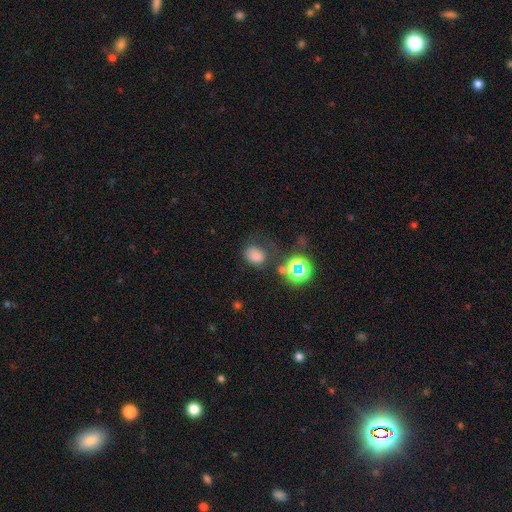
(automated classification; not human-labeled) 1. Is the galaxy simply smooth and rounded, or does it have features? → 70% smooth, 21% star or artifact, 9% featured or disk.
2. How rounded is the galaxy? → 56% round, 43% in between, 1% cigar-shaped.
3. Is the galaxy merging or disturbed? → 62% none, 20% minor disturbance, 11% major disturbance, 7% merger.